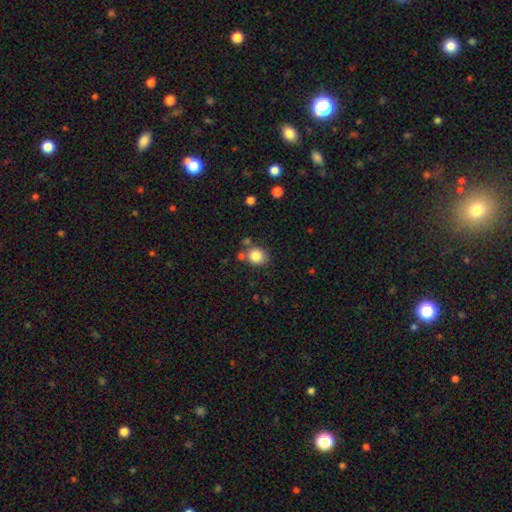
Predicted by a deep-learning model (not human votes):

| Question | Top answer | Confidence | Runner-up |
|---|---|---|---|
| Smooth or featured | smooth | 84% | star or artifact (10%) |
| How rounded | round | 77% | in between (22%) |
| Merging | none | 69% | minor disturbance (14%) |